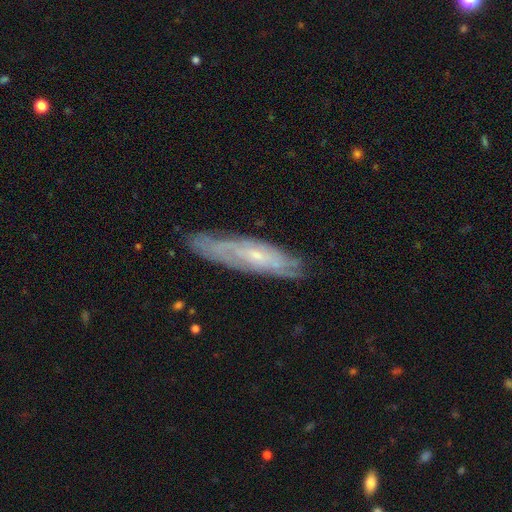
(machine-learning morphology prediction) Q: Smooth or featured?
A: featured or disk (69%); runner-up: smooth (24%)
Q: Edge-on disk?
A: no (65%); runner-up: yes (35%)
Q: Merging?
A: none (77%); runner-up: minor disturbance (17%)